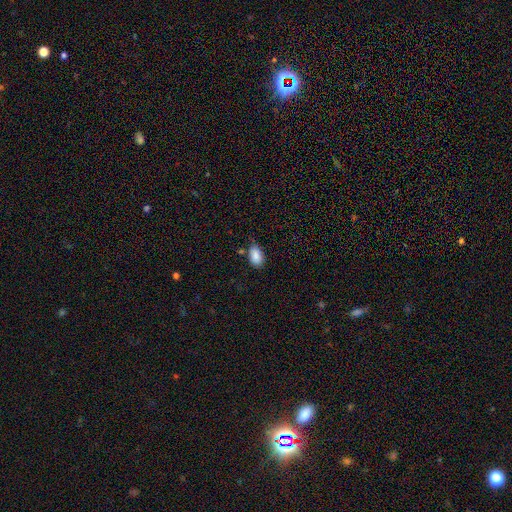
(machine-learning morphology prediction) smooth-or-featured: smooth: 88% | star or artifact: 7% | featured or disk: 5%
  how-rounded: in between: 92% | round: 6% | cigar-shaped: 2%
  merging: none: 70% | minor disturbance: 22% | merger: 4% | major disturbance: 4%